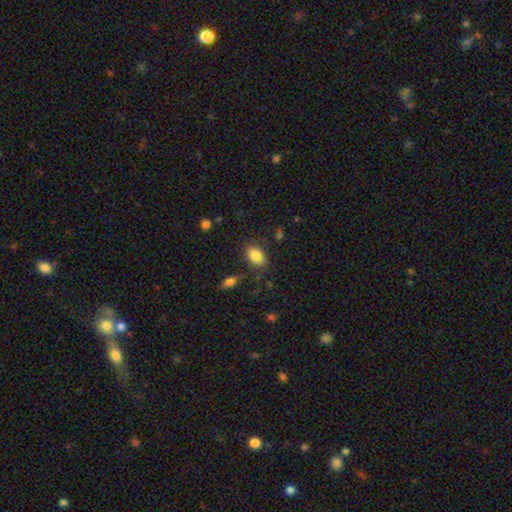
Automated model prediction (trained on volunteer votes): A smooth galaxy with no disk features (85%) that is in between round and cigar-shaped (84%).

Vote fractions:
- Smooth or featured? smooth: 85% / star or artifact: 8% / featured or disk: 7%
- How rounded? in between: 84% / round: 15% / cigar-shaped: 2%
- Merging? none: 81% / minor disturbance: 12% / major disturbance: 4% / merger: 3%